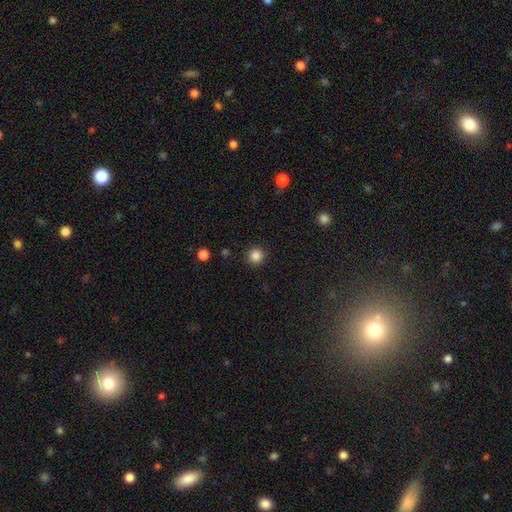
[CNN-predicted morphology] smooth-or-featured: smooth: 85% | star or artifact: 11% | featured or disk: 3%
  how-rounded: round: 94% | in between: 5% | cigar-shaped: 1%
  merging: none: 92% | minor disturbance: 5% | major disturbance: 2% | merger: 1%